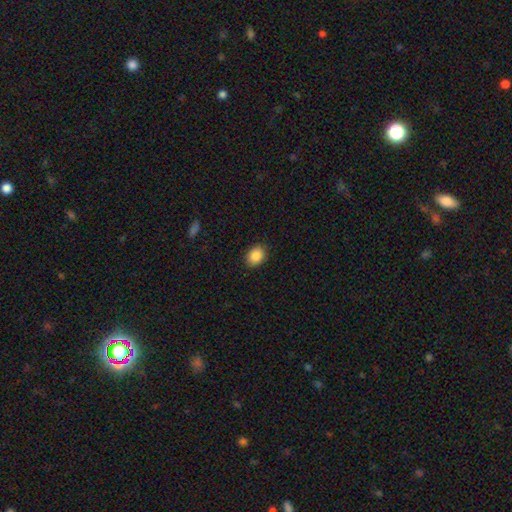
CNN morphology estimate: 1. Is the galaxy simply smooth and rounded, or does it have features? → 87% smooth, 8% star or artifact, 4% featured or disk.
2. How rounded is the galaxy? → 59% in between, 40% round, 1% cigar-shaped.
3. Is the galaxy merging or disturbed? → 89% none, 8% minor disturbance, 2% major disturbance, 1% merger.